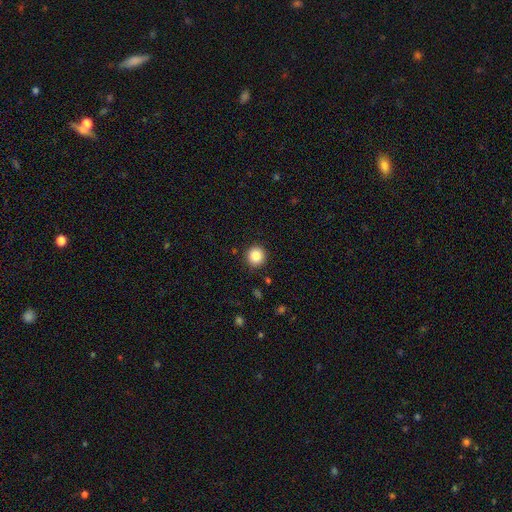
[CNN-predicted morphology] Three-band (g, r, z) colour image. It shows a smooth galaxy with no disk features (87%) that is round (92%). Merging: none (91%).